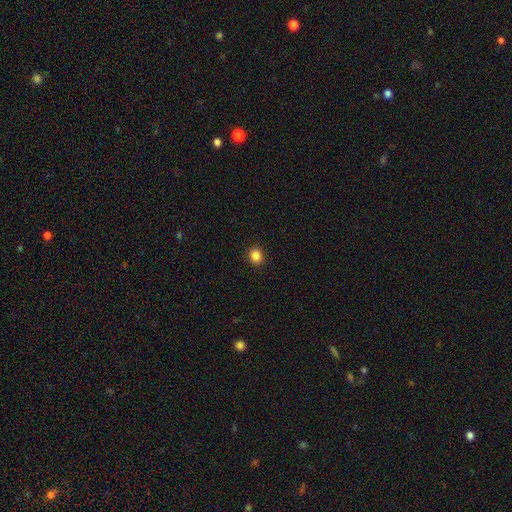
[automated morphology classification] Smooth or featured?
  - smooth: 85% *
  - star or artifact: 11%
  - featured or disk: 3%
How rounded?
  - round: 84% *
  - in between: 16%
  - cigar-shaped: 1%
Merging?
  - none: 92% *
  - minor disturbance: 5%
  - major disturbance: 2%
  - merger: 1%